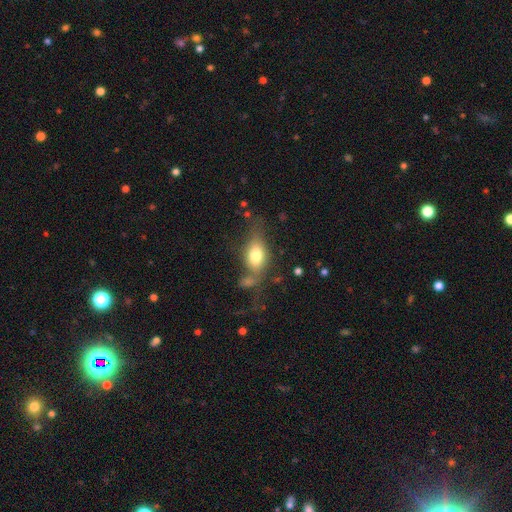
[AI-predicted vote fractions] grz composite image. It shows a smooth galaxy with no disk features (70%) that is in between round and cigar-shaped (81%). Merging: none (45%).